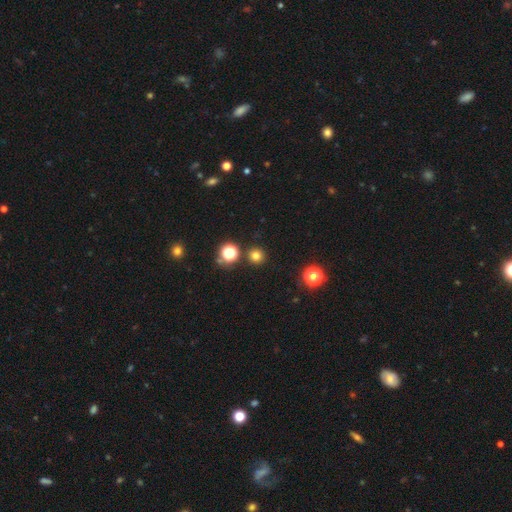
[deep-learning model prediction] smooth_or_featured: smooth (p=0.77) [alt: star or artifact p=0.18]
how_rounded: round (p=0.94) [alt: in between p=0.05]
merging: none (p=0.88) [alt: minor disturbance p=0.05]